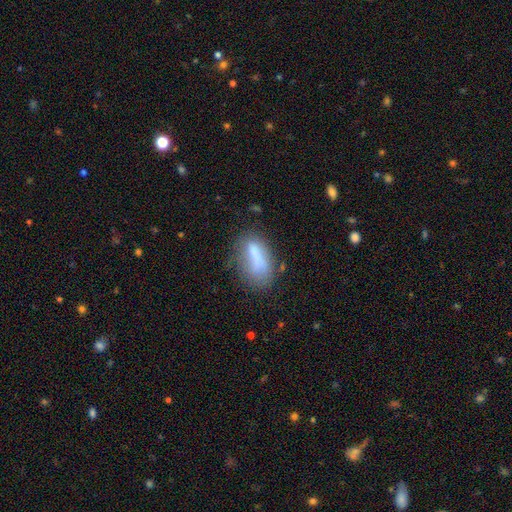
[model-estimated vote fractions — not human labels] Smooth or featured? smooth (73%)
How rounded? in between (79%)
Merging? none (52%)